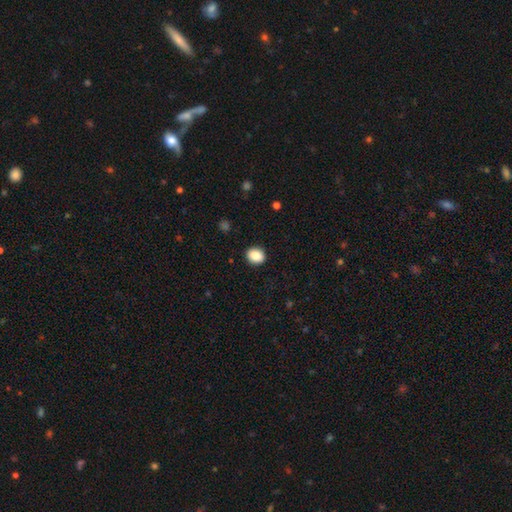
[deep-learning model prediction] A smooth galaxy with no disk features (87%) that is round (60%). Merging: none (91%).